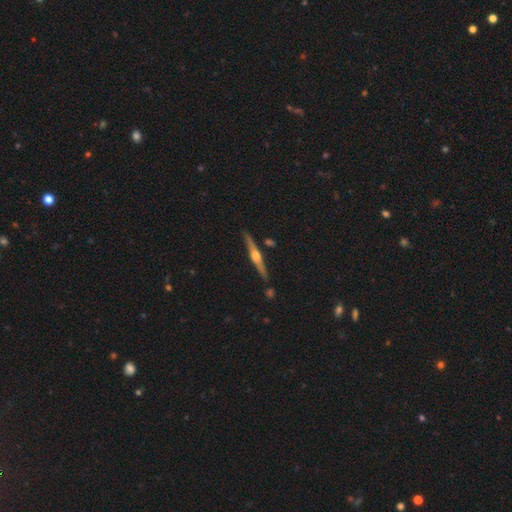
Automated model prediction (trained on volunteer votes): Overall: featured or disk (82%). Edge-on disk: yes (98%). Edge-on bulge: rounded (91%). Merging: none (89%).